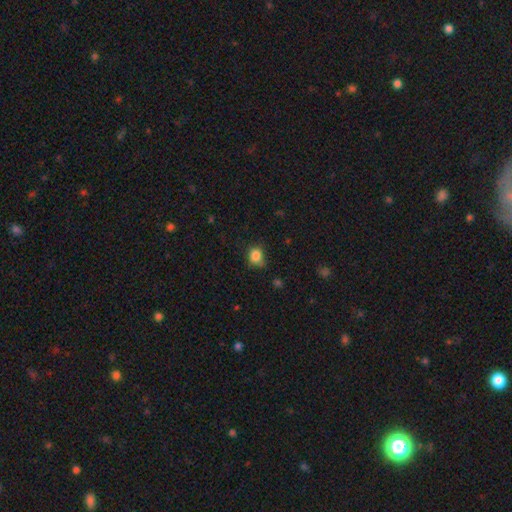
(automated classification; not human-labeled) Morphology: type=smooth (84%); roundness=round (66%); merging=none (60%).